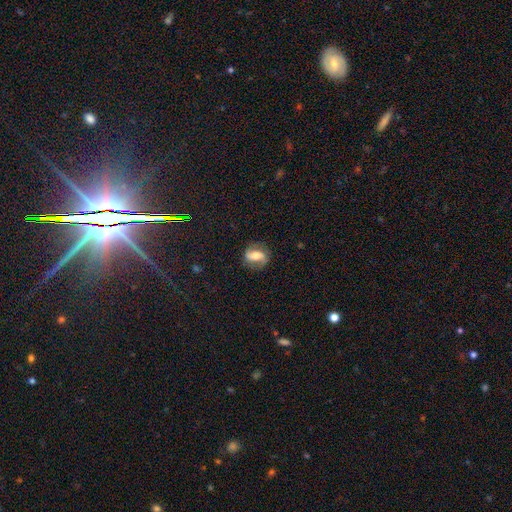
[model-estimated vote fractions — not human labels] Morphology: type=featured or disk (57%); edge-on=no (94%); bar=strong (42%); spiral arms=yes (81%); bulge=moderate (57%); merging=none (78%).